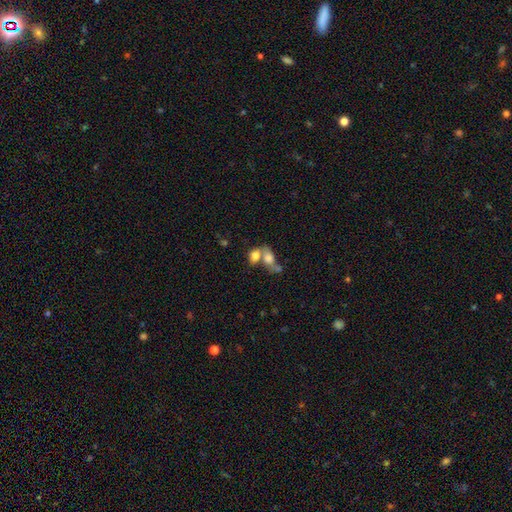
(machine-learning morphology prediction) This is likely a smooth galaxy (74%). How rounded: likely in between (67%). Merging: likely merger (61%).